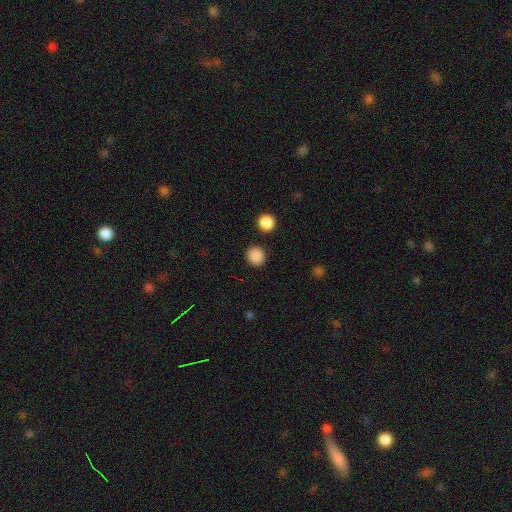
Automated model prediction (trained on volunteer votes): The model was most divided on "smooth or featured": smooth: 87%, star or artifact: 10%, featured or disk: 3%. More confident: how rounded — round (91%); merging — none (89%).